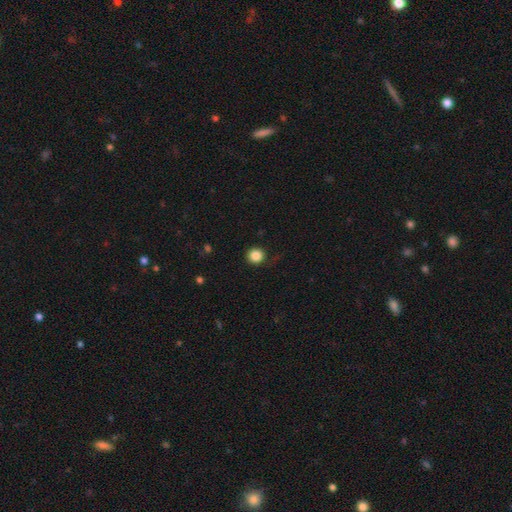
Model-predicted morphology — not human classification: smooth-or-featured: smooth: 86% | star or artifact: 10% | featured or disk: 4%
  how-rounded: round: 94% | in between: 5% | cigar-shaped: 1%
  merging: none: 85% | minor disturbance: 10% | major disturbance: 4% | merger: 1%